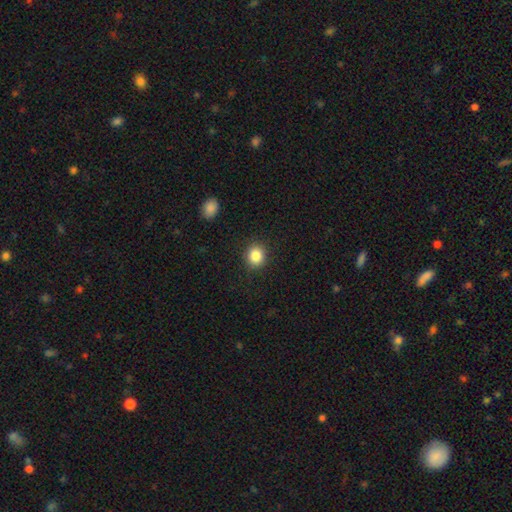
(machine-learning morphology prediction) A smooth galaxy with no disk features (86%) that is round (76%). Merging: none (89%).